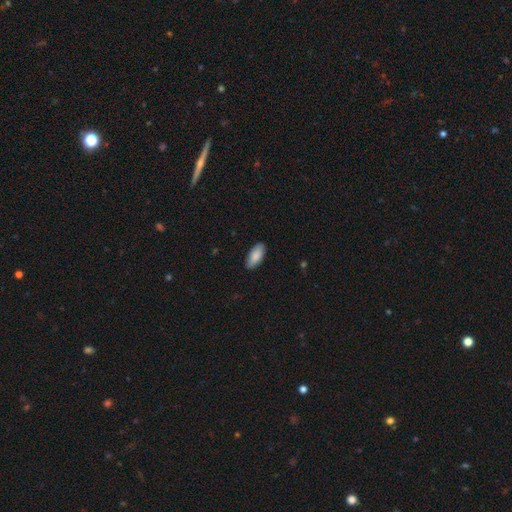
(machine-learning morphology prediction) This is clearly a smooth galaxy (87%). How rounded: clearly in between (89%). Merging: clearly none (88%).